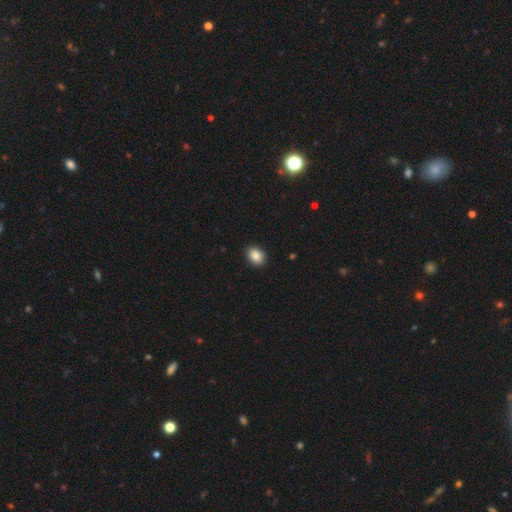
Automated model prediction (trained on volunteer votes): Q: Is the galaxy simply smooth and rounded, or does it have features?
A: smooth — 88%.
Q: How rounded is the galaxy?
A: in between — 74%.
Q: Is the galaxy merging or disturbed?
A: none — 89%.